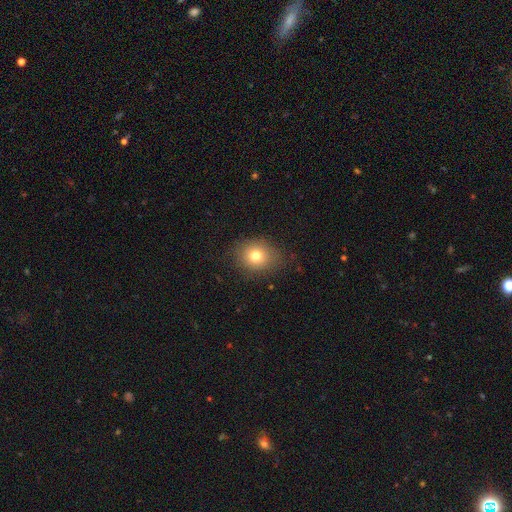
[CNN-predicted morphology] smooth-or-featured: smooth: 76% | star or artifact: 12% | featured or disk: 12%
  how-rounded: round: 63% | in between: 36% | cigar-shaped: 1%
  merging: none: 80% | minor disturbance: 14% | major disturbance: 4% | merger: 1%